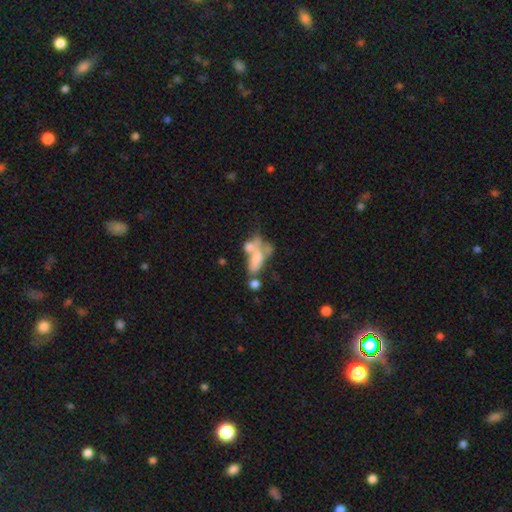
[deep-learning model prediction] Smooth or featured? smooth (53%)
How rounded? in between (80%)
Merging? merger (53%)